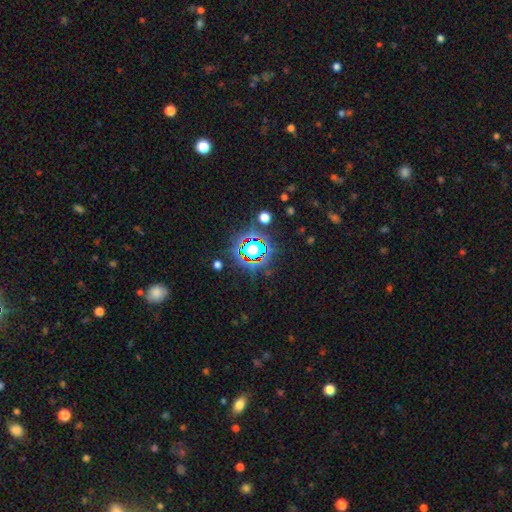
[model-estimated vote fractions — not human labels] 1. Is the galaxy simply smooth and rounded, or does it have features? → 66% star or artifact, 23% smooth, 12% featured or disk.